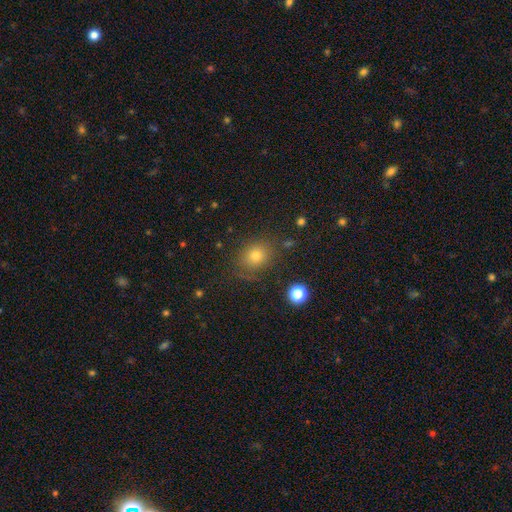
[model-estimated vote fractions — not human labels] smooth 74%, star or artifact 17%, featured or disk 10%. Down the decision tree: how rounded — round (63%); merging — none (77%).